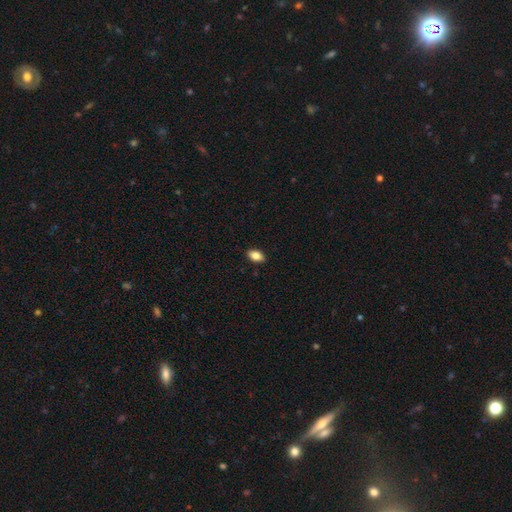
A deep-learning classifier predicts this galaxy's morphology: type=smooth (85%); roundness=in between (89%); merging=none (89%).